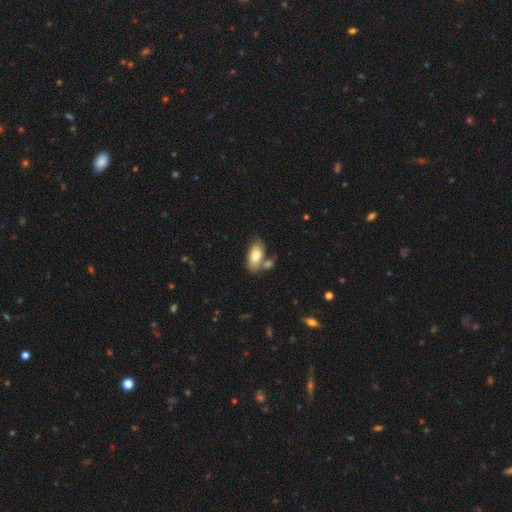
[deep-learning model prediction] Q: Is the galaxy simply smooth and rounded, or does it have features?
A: smooth — 81%.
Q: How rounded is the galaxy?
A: in between — 93%.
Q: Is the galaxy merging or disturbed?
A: none — 51%.